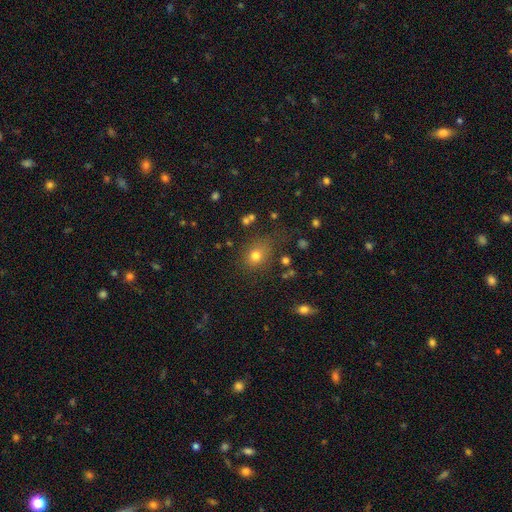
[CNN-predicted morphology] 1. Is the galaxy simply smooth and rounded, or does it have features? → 75% smooth, 17% star or artifact, 9% featured or disk.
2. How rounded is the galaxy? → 62% round, 36% in between, 1% cigar-shaped.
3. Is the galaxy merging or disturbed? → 72% none, 16% minor disturbance, 7% major disturbance, 5% merger.